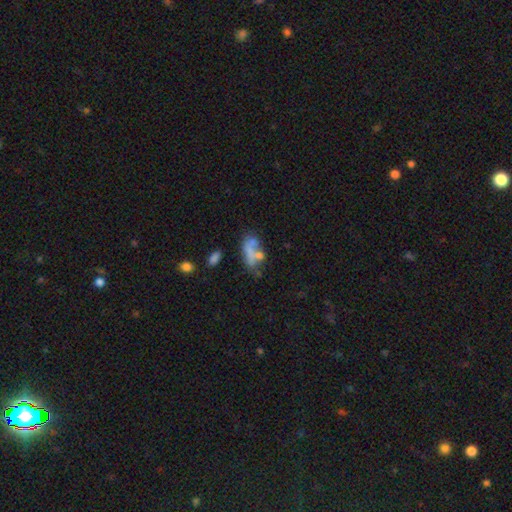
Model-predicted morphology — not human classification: Smooth or featured: smooth — 50% (featured or disk — 35%)
Merging: merger — 34% (none — 31%)